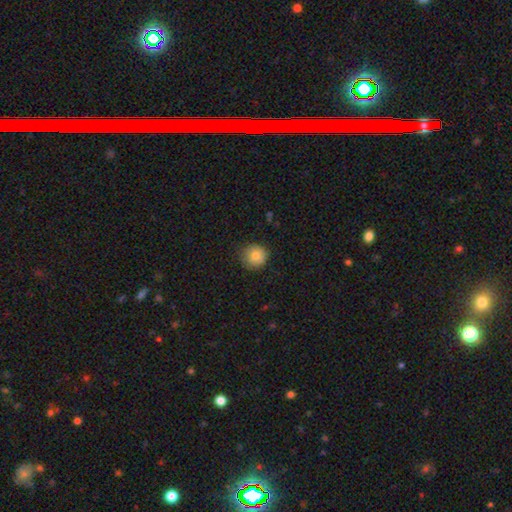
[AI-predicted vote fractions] This appears to be a smooth galaxy with no disk features (82%) that is round (93%). Merging: none (82%).